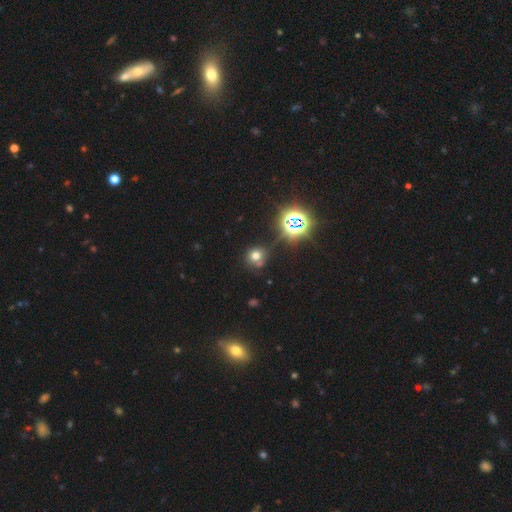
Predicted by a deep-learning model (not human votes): Overall: smooth (58%; star or artifact 31%). How rounded: round (85%). Merging: none (63%).